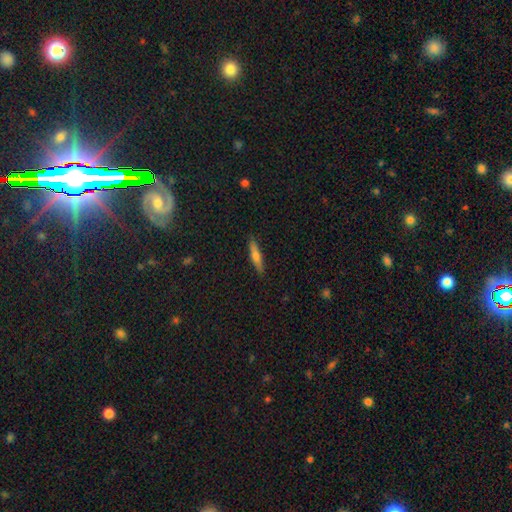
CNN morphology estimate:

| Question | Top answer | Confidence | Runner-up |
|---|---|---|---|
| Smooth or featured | smooth | 50% | featured or disk (42%) |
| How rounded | cigar-shaped | 86% | in between (12%) |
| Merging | none | 89% | minor disturbance (8%) |